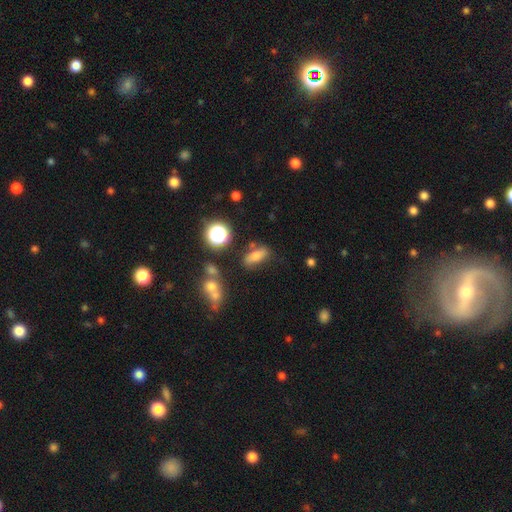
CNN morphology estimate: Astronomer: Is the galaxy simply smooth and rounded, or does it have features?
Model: smooth — 67%.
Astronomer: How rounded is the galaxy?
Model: in between — 70%.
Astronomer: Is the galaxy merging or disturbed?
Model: none — 70%.